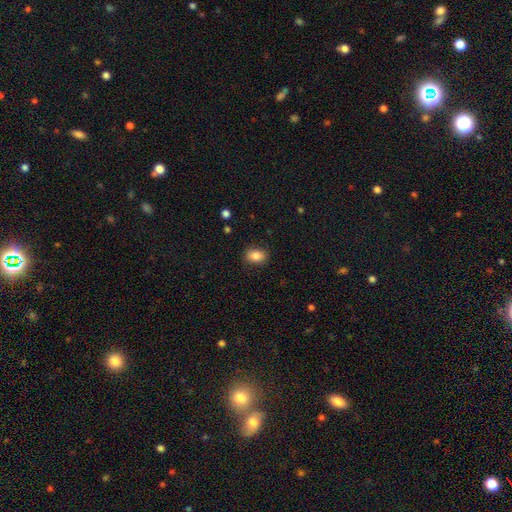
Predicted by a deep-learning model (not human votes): Smooth or featured?
  - smooth: 84% *
  - star or artifact: 9%
  - featured or disk: 7%
How rounded?
  - in between: 71% *
  - round: 28%
  - cigar-shaped: 1%
Merging?
  - none: 85% *
  - minor disturbance: 11%
  - major disturbance: 3%
  - merger: 1%